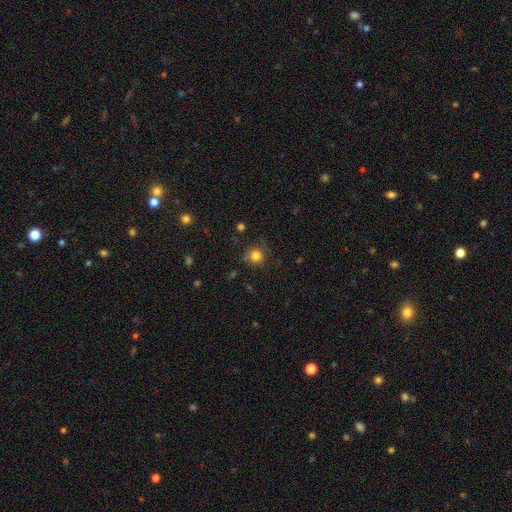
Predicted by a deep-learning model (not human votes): smooth-or-featured: smooth: 80% | star or artifact: 13% | featured or disk: 7%
  how-rounded: round: 91% | in between: 8% | cigar-shaped: 1%
  merging: none: 76% | minor disturbance: 16% | major disturbance: 6% | merger: 3%